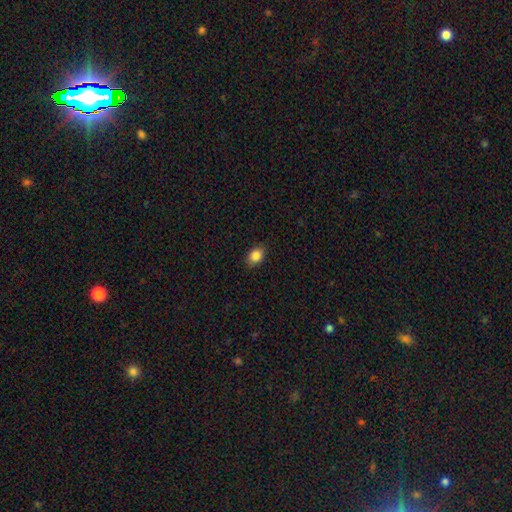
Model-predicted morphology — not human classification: A smooth galaxy with no disk features (86%) that is in between round and cigar-shaped (71%).

Vote fractions:
- Smooth or featured? smooth: 86% / star or artifact: 9% / featured or disk: 5%
- How rounded? in between: 71% / round: 28% / cigar-shaped: 1%
- Merging? none: 87% / minor disturbance: 10% / major disturbance: 2% / merger: 1%